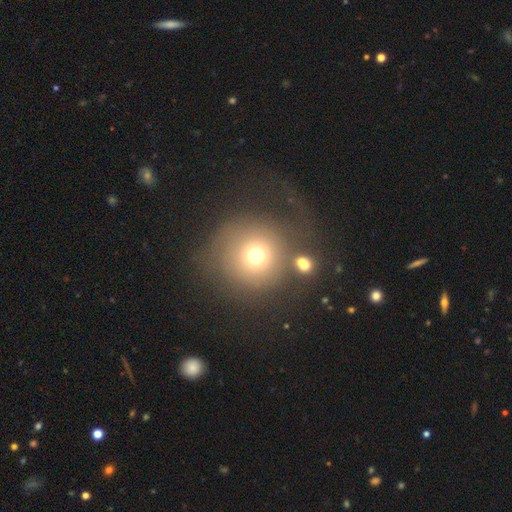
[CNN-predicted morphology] Smooth or featured? smooth (69%)
How rounded? round (94%)
Merging? none (59%)